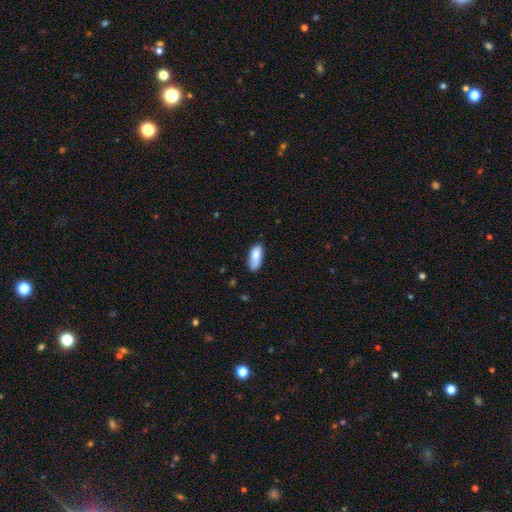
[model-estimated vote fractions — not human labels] Smooth or featured?
  - smooth: 84% *
  - featured or disk: 9%
  - star or artifact: 7%
How rounded?
  - in between: 82% *
  - cigar-shaped: 16%
  - round: 2%
Merging?
  - none: 65% *
  - minor disturbance: 26%
  - major disturbance: 5%
  - merger: 4%